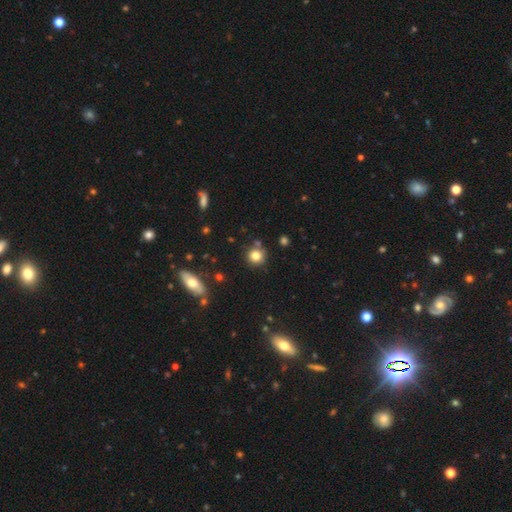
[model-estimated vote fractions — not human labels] smooth_or_featured: smooth (p=0.81) [alt: star or artifact p=0.11]
how_rounded: round (p=0.91) [alt: in between p=0.08]
merging: none (p=0.80) [alt: minor disturbance p=0.10]